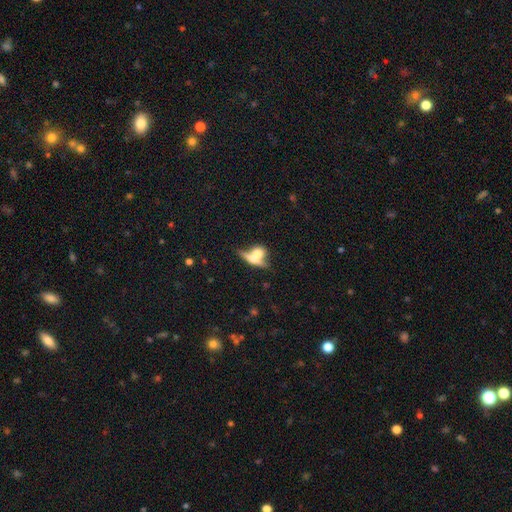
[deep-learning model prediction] A smooth galaxy with no disk features (59%) that is round (38%). Merging: merger (50%).